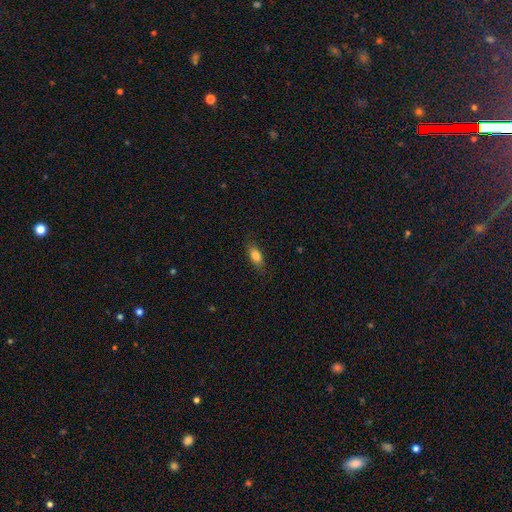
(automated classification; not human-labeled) A smooth galaxy with no disk features (80%) that is in between round and cigar-shaped (80%).

Vote fractions:
- Smooth or featured? smooth: 80% / featured or disk: 11% / star or artifact: 8%
- How rounded? in between: 80% / cigar-shaped: 15% / round: 5%
- Merging? none: 83% / minor disturbance: 13% / major disturbance: 3% / merger: 1%